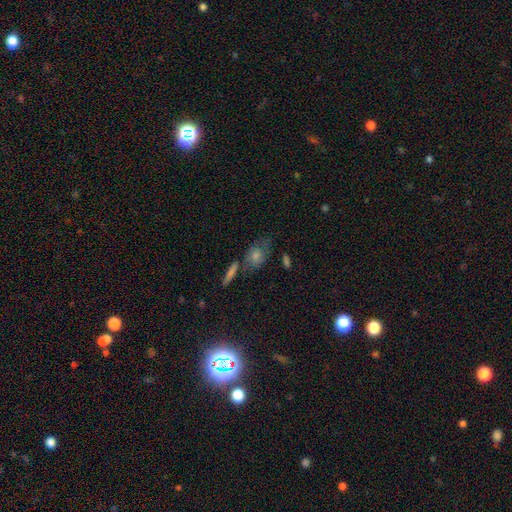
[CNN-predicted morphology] A smooth galaxy with no disk features (47%).

Vote fractions:
- Smooth or featured? smooth: 47% / featured or disk: 27% / star or artifact: 26%
- Merging? none: 59% / minor disturbance: 18% / merger: 14% / major disturbance: 9%